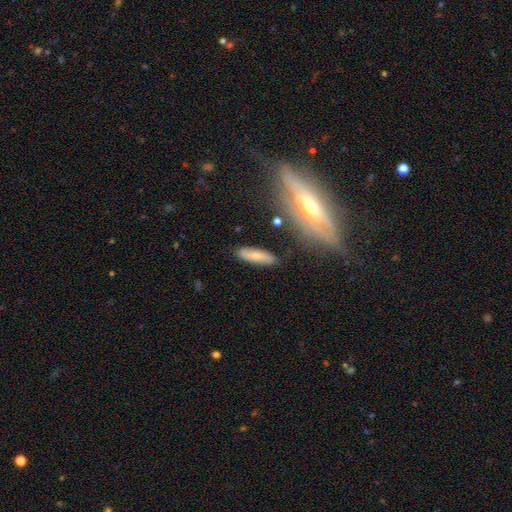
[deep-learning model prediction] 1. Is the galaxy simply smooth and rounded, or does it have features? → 66% smooth, 26% featured or disk, 8% star or artifact.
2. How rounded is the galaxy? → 59% cigar-shaped, 39% in between, 2% round.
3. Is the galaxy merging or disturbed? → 83% none, 12% minor disturbance, 3% merger, 3% major disturbance.